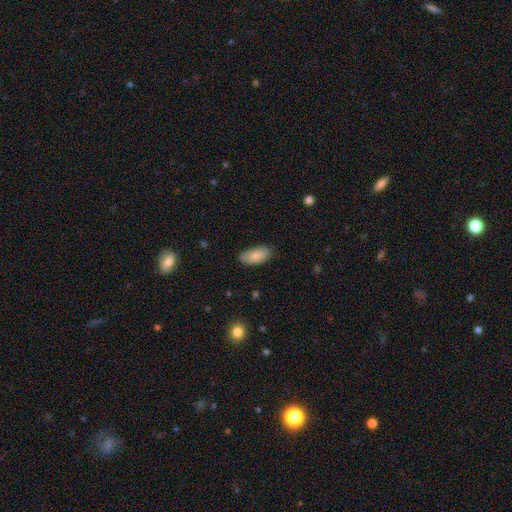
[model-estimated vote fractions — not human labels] This is clearly a smooth galaxy (85%). How rounded: clearly in between (93%). Merging: clearly none (81%).